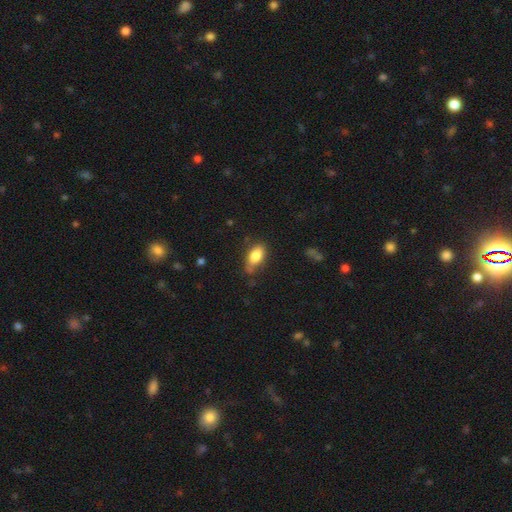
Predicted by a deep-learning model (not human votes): Q: Smooth or featured?
A: smooth (83%); runner-up: featured or disk (10%)
Q: How rounded?
A: in between (89%); runner-up: cigar-shaped (7%)
Q: Merging?
A: none (66%); runner-up: minor disturbance (24%)